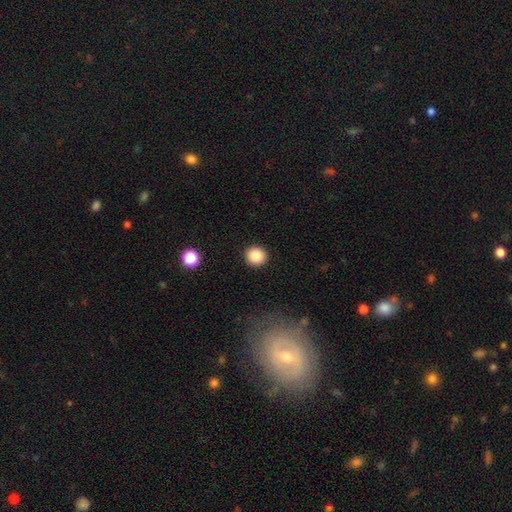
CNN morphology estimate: The model was most divided on "smooth or featured": smooth: 87%, star or artifact: 9%, featured or disk: 3%. More confident: how rounded — round (92%); merging — none (92%).